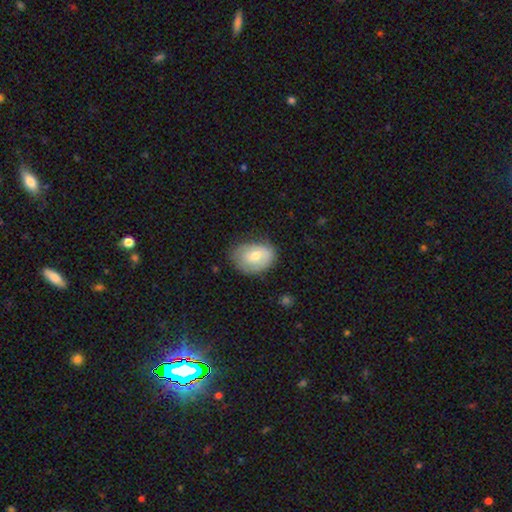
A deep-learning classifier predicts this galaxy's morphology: type=smooth (56%); roundness=in between (76%); merging=none (65%).